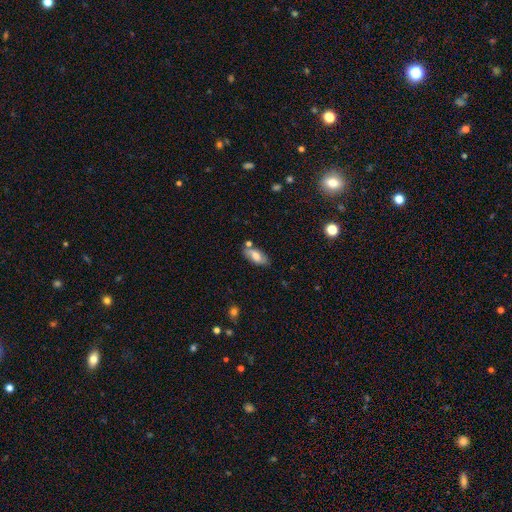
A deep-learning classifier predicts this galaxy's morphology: The model was most divided on "smooth or featured": smooth: 60%, featured or disk: 32%, star or artifact: 8%. More confident: how rounded — in between (88%); merging — none (69%).